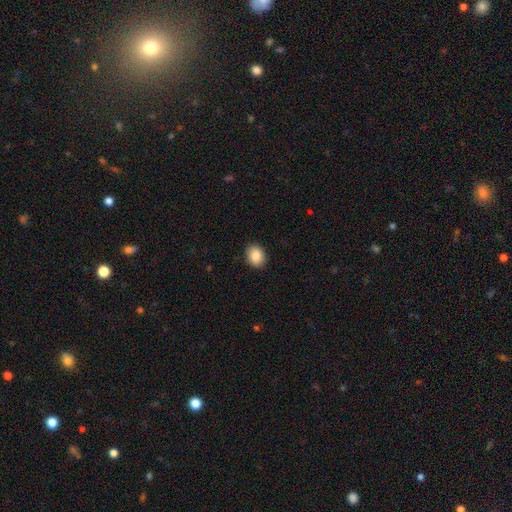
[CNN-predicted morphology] A smooth galaxy with no disk features (87%) that is in between round and cigar-shaped (51%).

Vote fractions:
- Smooth or featured? smooth: 87% / star or artifact: 8% / featured or disk: 5%
- How rounded? in between: 51% / round: 48% / cigar-shaped: 1%
- Merging? none: 90% / minor disturbance: 7% / major disturbance: 2% / merger: 1%